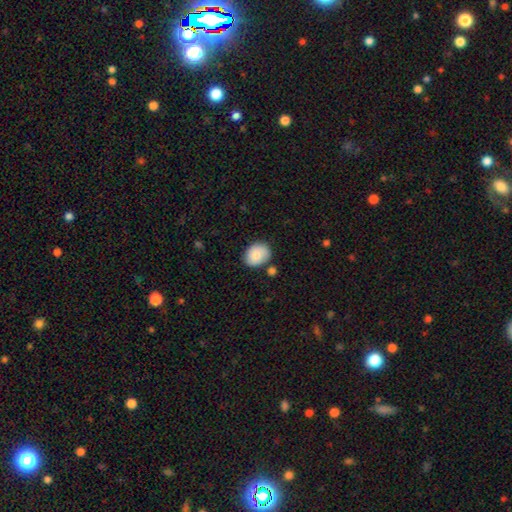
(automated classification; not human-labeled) A smooth galaxy with no disk features (79%) that is in between round and cigar-shaped (54%).

Vote fractions:
- Smooth or featured? smooth: 79% / featured or disk: 14% / star or artifact: 7%
- How rounded? in between: 54% / round: 45% / cigar-shaped: 1%
- Merging? none: 73% / minor disturbance: 17% / merger: 7% / major disturbance: 3%